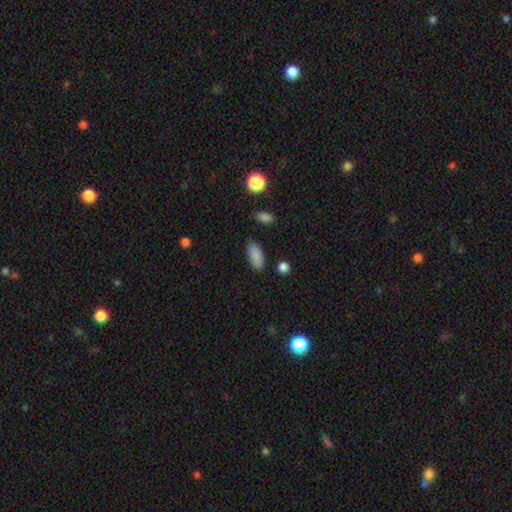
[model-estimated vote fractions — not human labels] Morphology: type=smooth (88%); roundness=in between (88%); merging=none (86%).